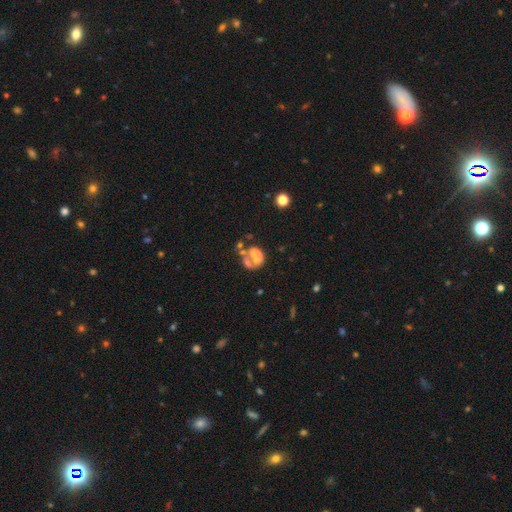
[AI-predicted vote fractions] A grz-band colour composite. It shows a featured or disk galaxy (55%) with no bar (92%), no spiral arms (87%) and no central bulge (56%). Merging: merger (36%).